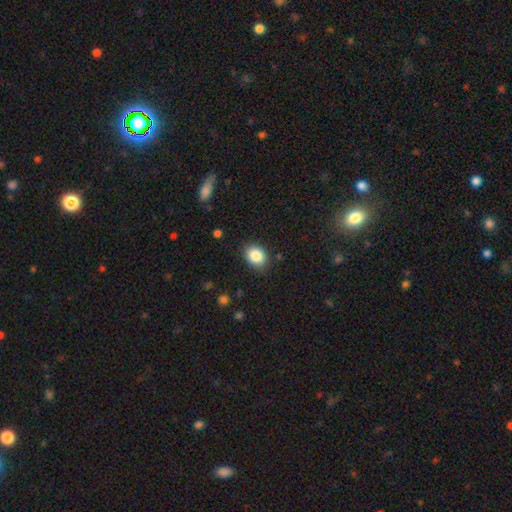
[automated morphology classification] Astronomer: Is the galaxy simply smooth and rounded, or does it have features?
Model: smooth — 87%.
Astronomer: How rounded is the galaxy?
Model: in between — 63%.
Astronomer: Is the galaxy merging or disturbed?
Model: none — 85%.